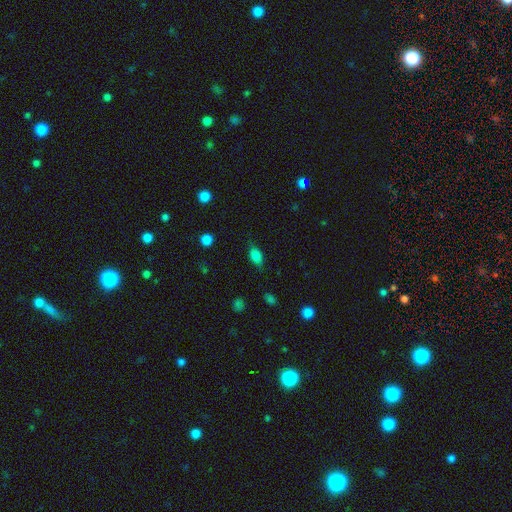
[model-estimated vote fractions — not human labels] Smooth or featured? Predicted: smooth (p=0.74). How rounded? Predicted: in between (p=0.81). Merging? Predicted: none (p=0.72).